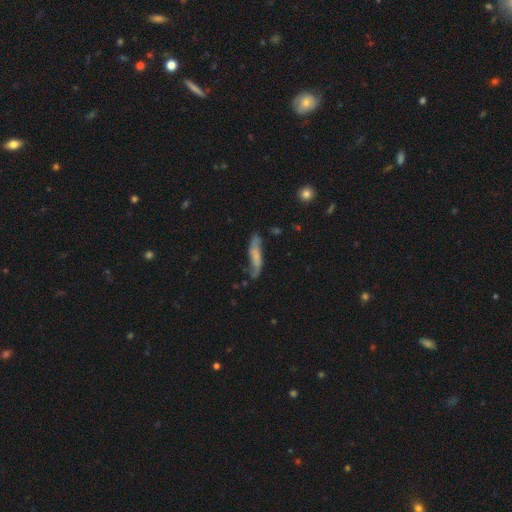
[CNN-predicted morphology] smooth-or-featured: featured or disk: 48% | smooth: 45% | star or artifact: 7%
  merging: none: 60% | minor disturbance: 27% | major disturbance: 10% | merger: 4%